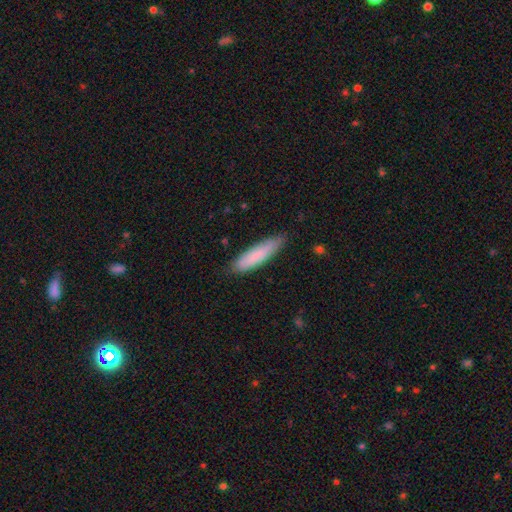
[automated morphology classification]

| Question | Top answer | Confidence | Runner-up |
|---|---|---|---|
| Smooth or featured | smooth | 82% | featured or disk (12%) |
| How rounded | cigar-shaped | 78% | in between (21%) |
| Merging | none | 80% | minor disturbance (16%) |